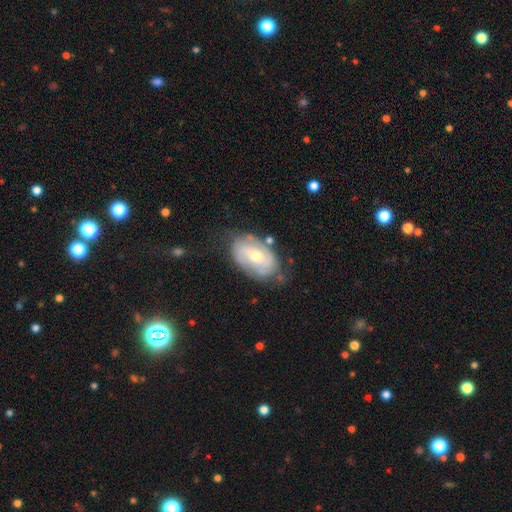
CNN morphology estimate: smooth_or_featured: featured or disk (p=0.63) [alt: smooth p=0.30]
disk_edge_on: no (p=0.94) [alt: yes p=0.06]
bar: no (p=0.52) [alt: weak p=0.35]
has_spiral_arms: yes (p=0.73) [alt: no p=0.27]
bulge_size: moderate (p=0.56) [alt: small p=0.40]
merging: none (p=0.66) [alt: minor disturbance p=0.23]